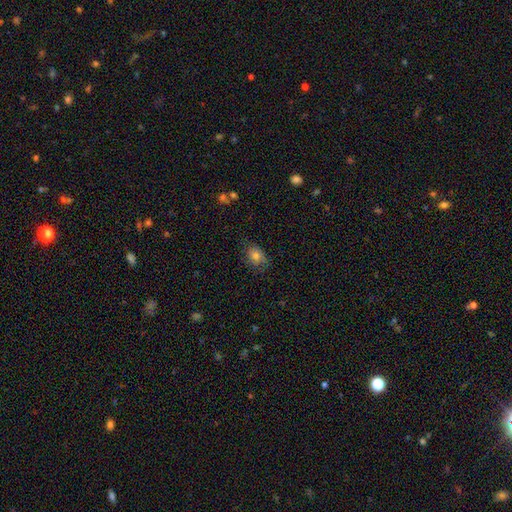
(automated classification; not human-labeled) Smooth or featured: smooth — 76% (featured or disk — 14%)
How rounded: in between — 59% (round — 40%)
Merging: none — 71% (minor disturbance — 22%)